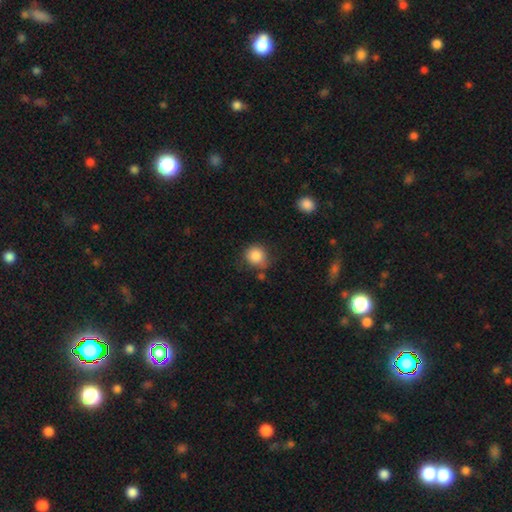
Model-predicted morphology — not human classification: This is clearly a smooth galaxy (86%). How rounded: clearly round (84%). Merging: likely none (68%).